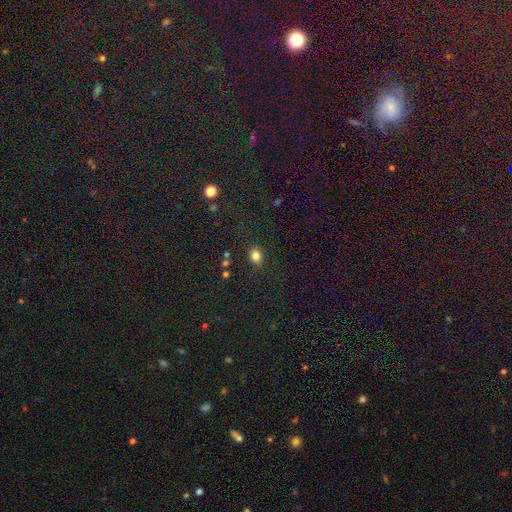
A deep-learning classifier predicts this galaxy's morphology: type=smooth (82%); roundness=round (54%); merging=none (85%).